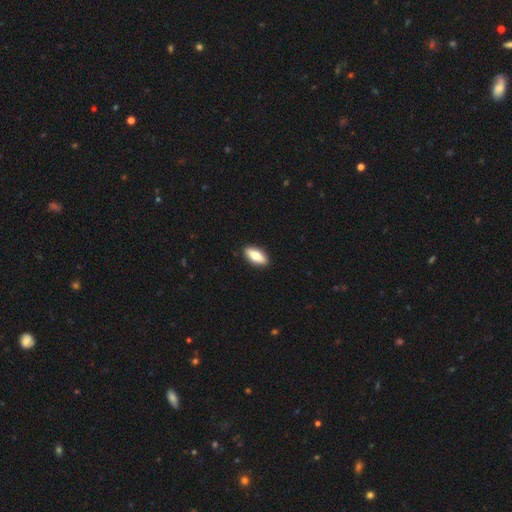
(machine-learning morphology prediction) Smooth or featured: smooth — 70% (featured or disk — 24%)
How rounded: in between — 79% (cigar-shaped — 18%)
Merging: none — 91% (minor disturbance — 6%)